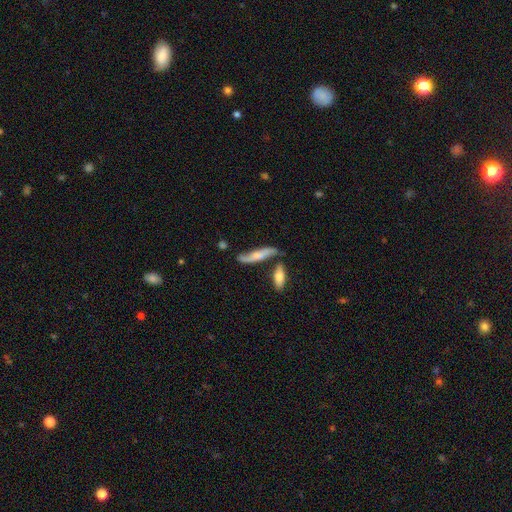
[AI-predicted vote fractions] Smooth or featured? featured or disk (54%)
Edge-on disk? no (51%)
Merging? none (61%)